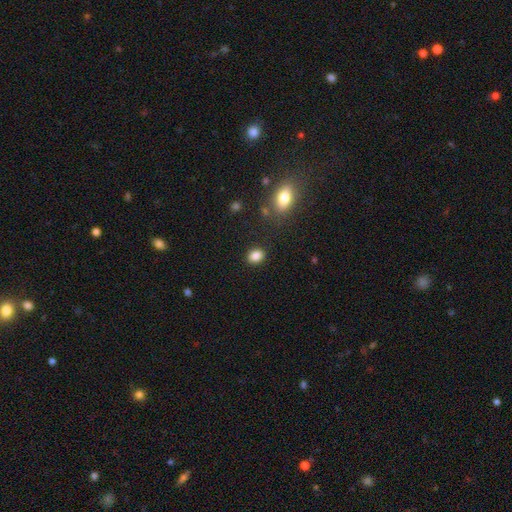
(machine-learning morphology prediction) Smooth or featured? Predicted: smooth (p=0.86). How rounded? Predicted: in between (p=0.62). Merging? Predicted: none (p=0.86).